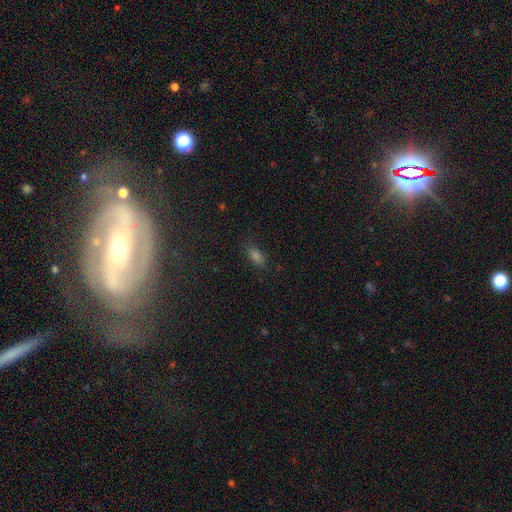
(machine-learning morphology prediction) Smooth or featured? smooth (64%)
How rounded? in between (82%)
Merging? none (80%)